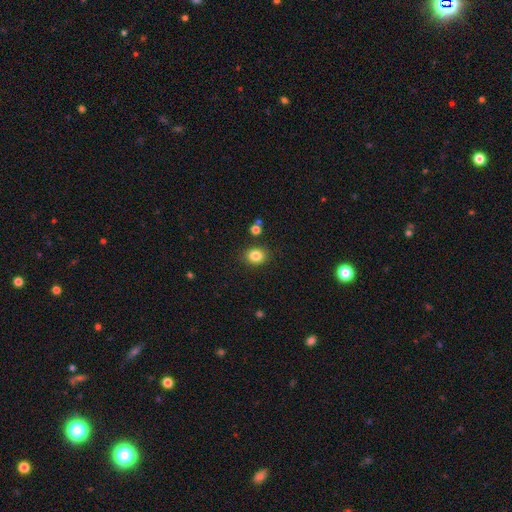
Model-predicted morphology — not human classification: smooth-or-featured: smooth: 84% | star or artifact: 11% | featured or disk: 5%
  how-rounded: round: 66% | in between: 33% | cigar-shaped: 1%
  merging: none: 87% | minor disturbance: 8% | merger: 3% | major disturbance: 2%